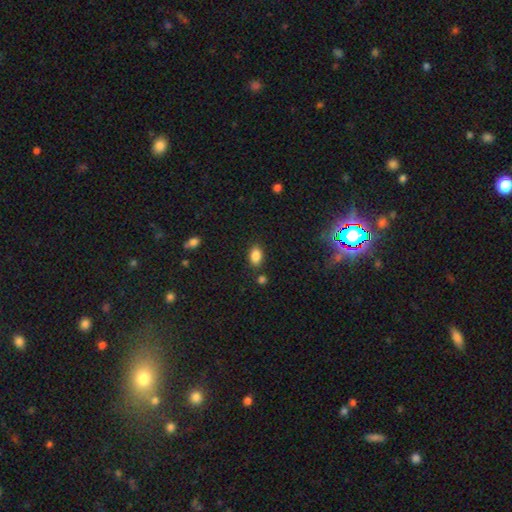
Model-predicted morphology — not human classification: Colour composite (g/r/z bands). It shows a smooth galaxy with no disk features (86%) that is in between round and cigar-shaped (88%). Merging: none (80%).